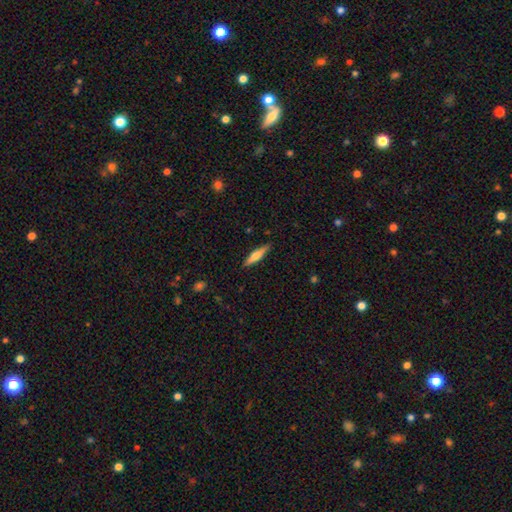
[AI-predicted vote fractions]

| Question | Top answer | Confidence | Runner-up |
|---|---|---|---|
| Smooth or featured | smooth | 59% | featured or disk (35%) |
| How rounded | cigar-shaped | 83% | in between (15%) |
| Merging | none | 88% | minor disturbance (9%) |